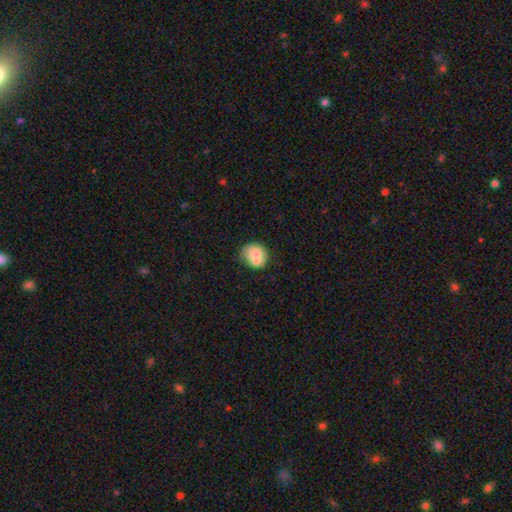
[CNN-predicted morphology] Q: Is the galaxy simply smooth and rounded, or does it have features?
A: smooth — 71%.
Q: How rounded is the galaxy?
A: round — 73%.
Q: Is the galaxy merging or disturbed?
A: none — 46%.